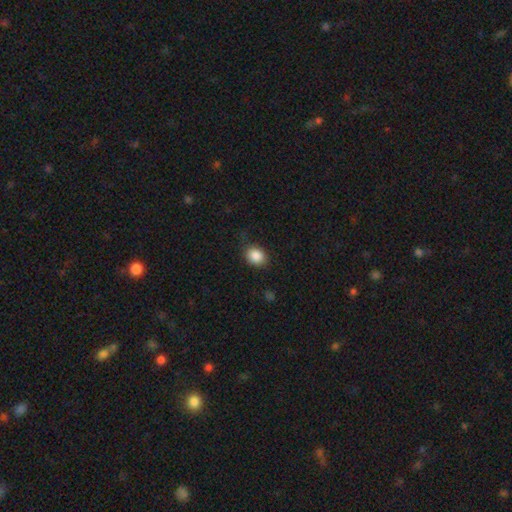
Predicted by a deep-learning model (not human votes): Q: Smooth or featured?
A: smooth (87%); runner-up: star or artifact (9%)
Q: How rounded?
A: round (50%); runner-up: in between (49%)
Q: Merging?
A: none (79%); runner-up: minor disturbance (15%)